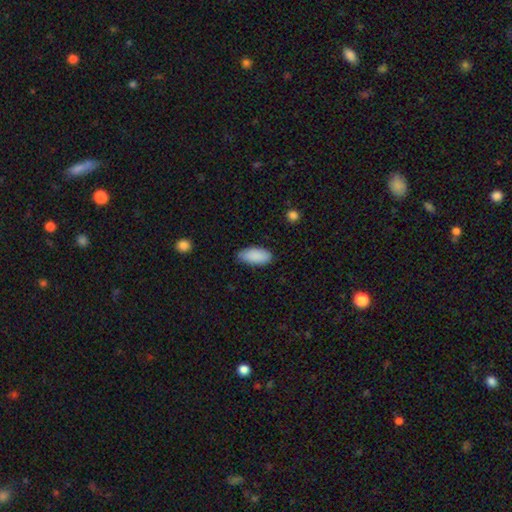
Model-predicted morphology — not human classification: Overall: smooth (89%). How rounded: in between (91%). Merging: none (76%).